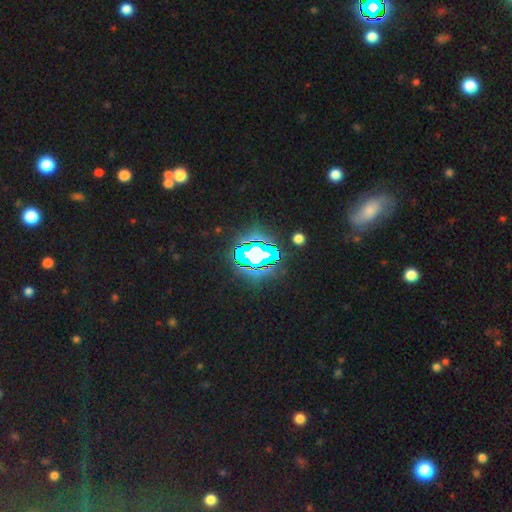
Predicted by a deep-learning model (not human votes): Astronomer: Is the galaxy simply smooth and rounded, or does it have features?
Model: star or artifact — 71%.